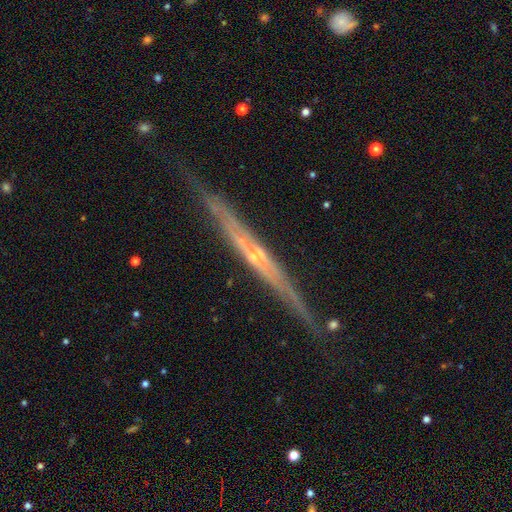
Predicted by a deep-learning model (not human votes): Smooth or featured? Predicted: featured or disk (p=0.80). Edge-on disk? Predicted: yes (p=0.95). Edge-on bulge? Predicted: rounded (p=0.48). Merging? Predicted: none (p=0.79).